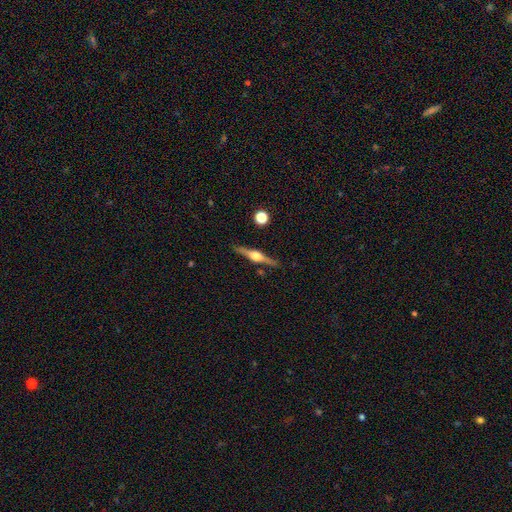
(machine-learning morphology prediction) Smooth or featured?
  - featured or disk: 80% *
  - smooth: 14%
  - star or artifact: 5%
Edge-on disk?
  - yes: 98% *
  - no: 2%
Edge-on bulge?
  - rounded: 92% *
  - boxy: 6%
  - none: 2%
Merging?
  - none: 88% *
  - minor disturbance: 8%
  - merger: 2%
  - major disturbance: 2%